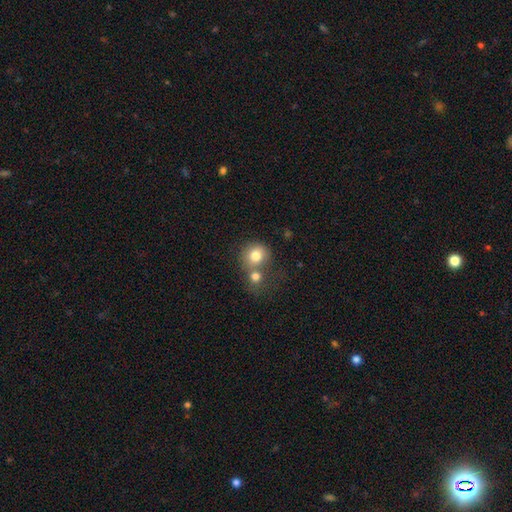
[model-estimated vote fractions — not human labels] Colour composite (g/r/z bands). It shows a smooth galaxy with no disk features (79%) that is round (83%). Merging: merger (45%).